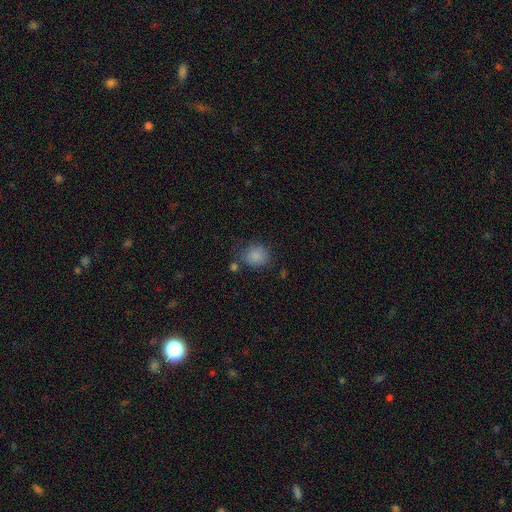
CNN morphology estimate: A smooth galaxy with no disk features (85%) that is round (70%). Merging: none (70%).